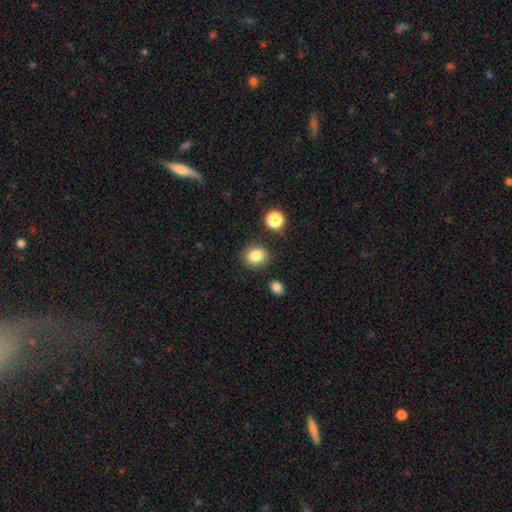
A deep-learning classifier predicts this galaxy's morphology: Smooth or featured? smooth (84%)
How rounded? round (70%)
Merging? none (81%)